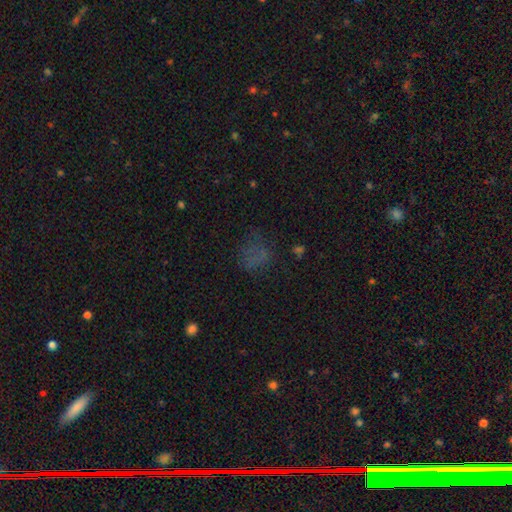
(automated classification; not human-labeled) Smooth or featured? smooth (50%)
Merging? none (54%)